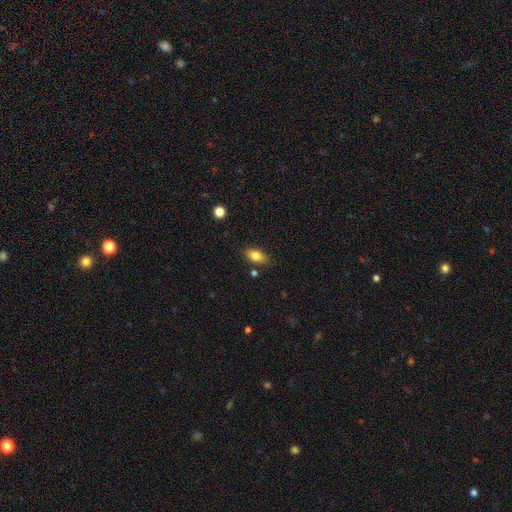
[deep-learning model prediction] Morphology: type=smooth (80%); roundness=in between (86%); merging=none (77%).